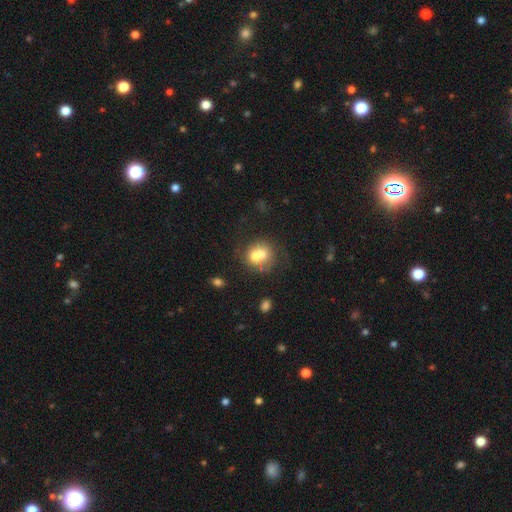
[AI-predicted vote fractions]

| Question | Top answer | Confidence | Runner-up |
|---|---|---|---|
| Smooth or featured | smooth | 64% | featured or disk (26%) |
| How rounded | round | 67% | in between (32%) |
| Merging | merger | 48% | none (34%) |